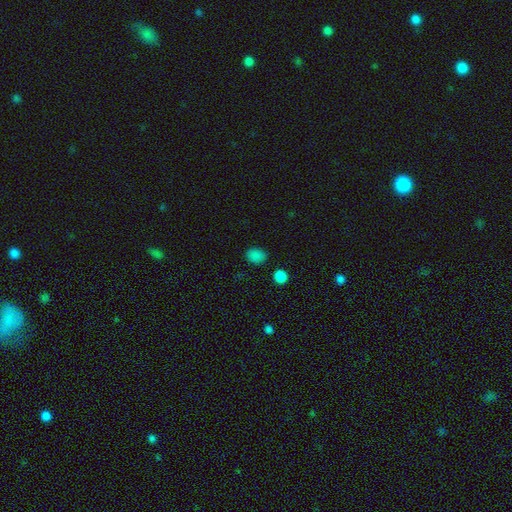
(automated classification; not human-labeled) This appears to be a smooth galaxy with no disk features (82%) that is in between round and cigar-shaped (65%). Merging: none (83%).